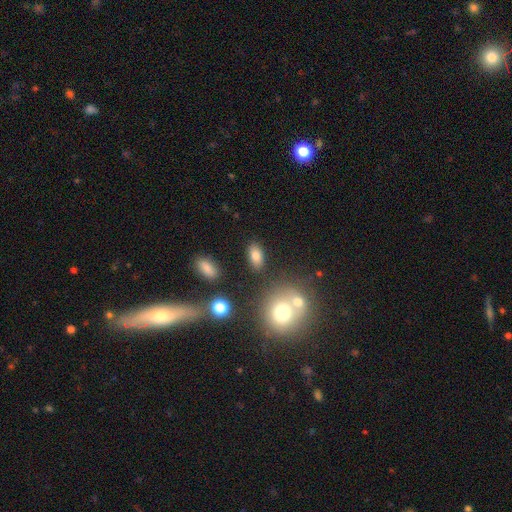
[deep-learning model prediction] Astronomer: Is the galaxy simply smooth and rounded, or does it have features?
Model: smooth — 80%.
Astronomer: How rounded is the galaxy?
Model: in between — 89%.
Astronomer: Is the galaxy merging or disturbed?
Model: none — 83%.